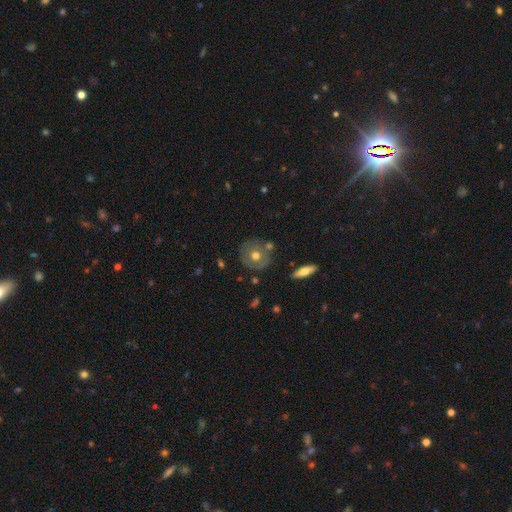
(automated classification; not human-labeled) smooth-or-featured: featured or disk: 46% (tied) | smooth: 46% (tied) | star or artifact: 8%
  merging: none: 75% | minor disturbance: 15% | merger: 6% | major disturbance: 5%